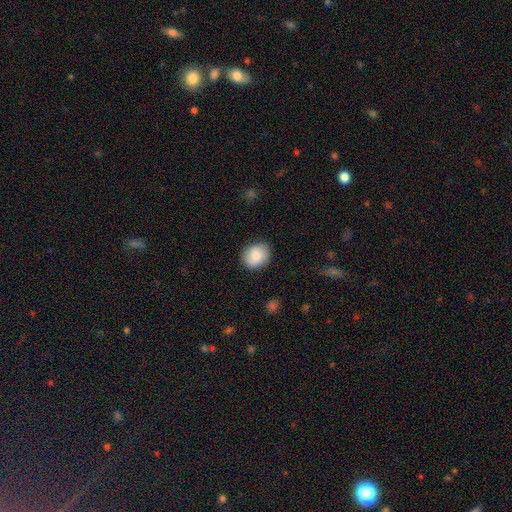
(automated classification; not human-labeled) This is clearly a smooth galaxy (83%). How rounded: likely round (65%). Merging: clearly none (84%).